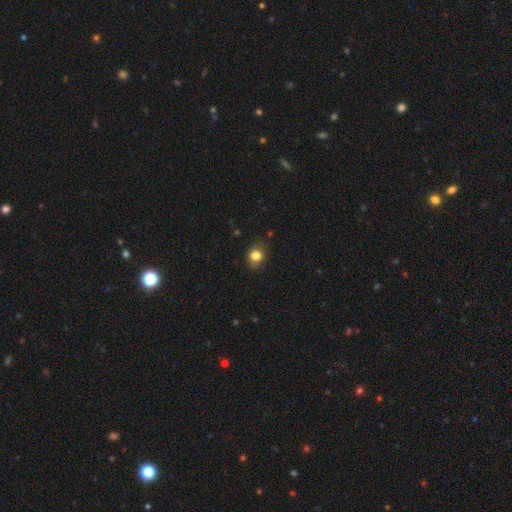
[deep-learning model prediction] Q: Smooth or featured?
A: smooth (82%); runner-up: star or artifact (11%)
Q: How rounded?
A: round (69%); runner-up: in between (30%)
Q: Merging?
A: none (78%); runner-up: minor disturbance (17%)